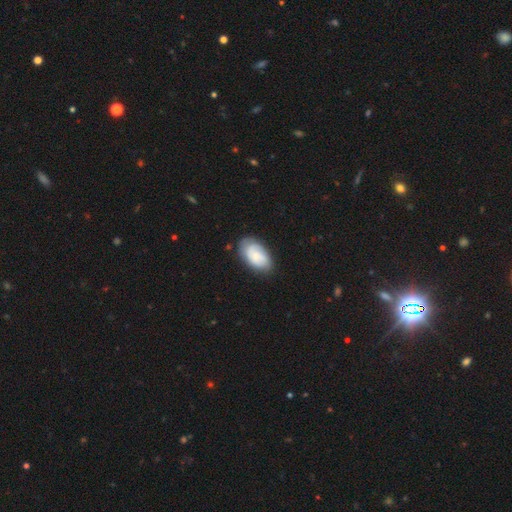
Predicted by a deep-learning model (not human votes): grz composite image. It shows a smooth galaxy with no disk features (54%) that is in between round and cigar-shaped (93%). Merging: none (72%).